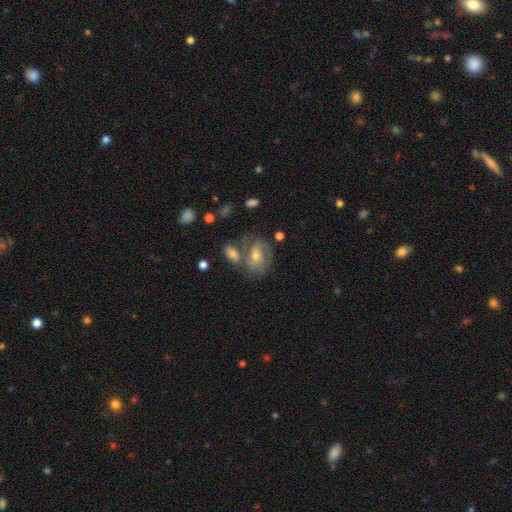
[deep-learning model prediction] smooth_or_featured: featured or disk (p=0.57) [alt: smooth p=0.29]
disk_edge_on: no (p=0.94) [alt: yes p=0.06]
bar: no (p=0.51) [alt: weak p=0.37]
has_spiral_arms: yes (p=0.72) [alt: no p=0.28]
bulge_size: moderate (p=0.59) [alt: small p=0.34]
merging: none (p=0.53) [alt: merger p=0.25]